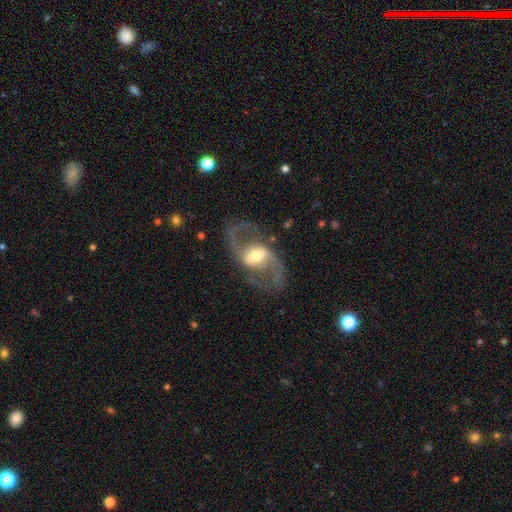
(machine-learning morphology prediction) Overall: featured or disk (87%). Edge-on disk: no (96%). Bar: strong (46%; weak 39%). Spiral arms: yes (92%). Spiral arm count: 2 (93%). Spiral winding: medium (50%; loose 42%). Bulge size: moderate (54%; small 25%). Merging: none (79%).